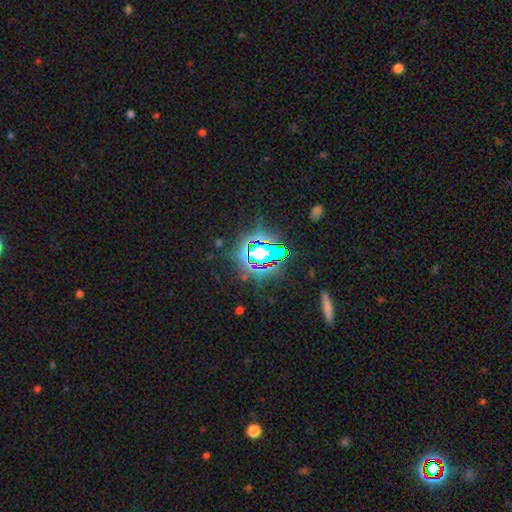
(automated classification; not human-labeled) This appears to be a star or artifact, not a galaxy (68%).